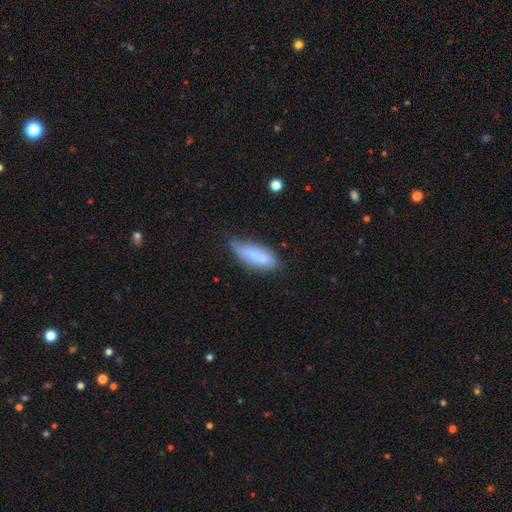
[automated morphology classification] smooth-or-featured: smooth: 59% | featured or disk: 33% | star or artifact: 8%
  how-rounded: in between: 72% | cigar-shaped: 25% | round: 4%
  merging: none: 44% | minor disturbance: 25% | merger: 24% | major disturbance: 8%